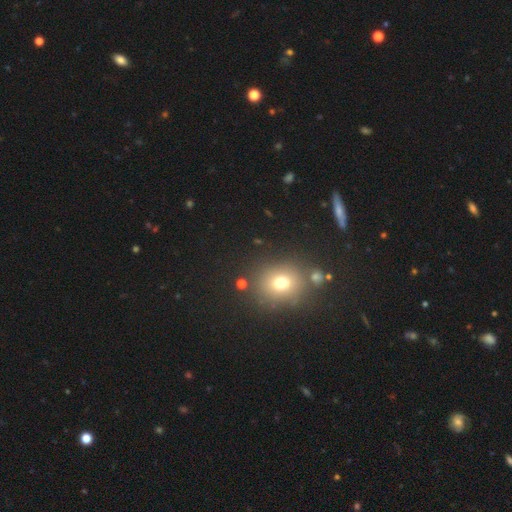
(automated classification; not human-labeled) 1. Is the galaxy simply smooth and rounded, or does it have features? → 53% smooth, 37% star or artifact, 10% featured or disk.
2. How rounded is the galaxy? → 79% round, 19% in between, 2% cigar-shaped.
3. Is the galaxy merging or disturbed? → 81% none, 9% minor disturbance, 6% merger, 4% major disturbance.